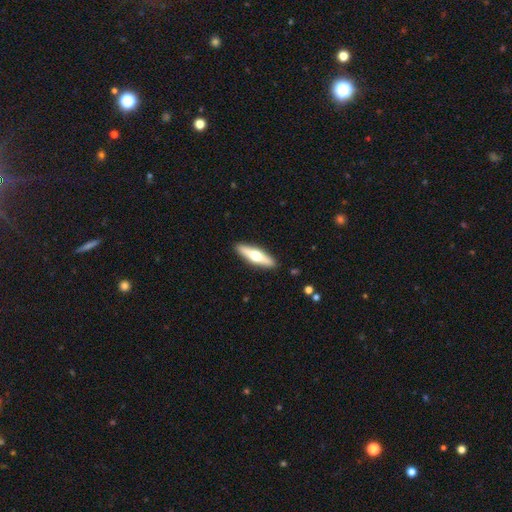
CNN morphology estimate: featured or disk 52%, smooth 43%, star or artifact 5%. Down the decision tree: edge-on disk — yes (91%); merging — none (90%).